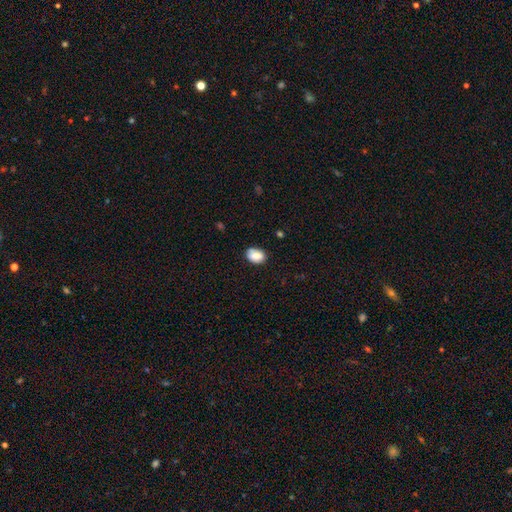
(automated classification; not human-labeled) Smooth or featured? Predicted: smooth (p=0.85). How rounded? Predicted: in between (p=0.76). Merging? Predicted: none (p=0.74).